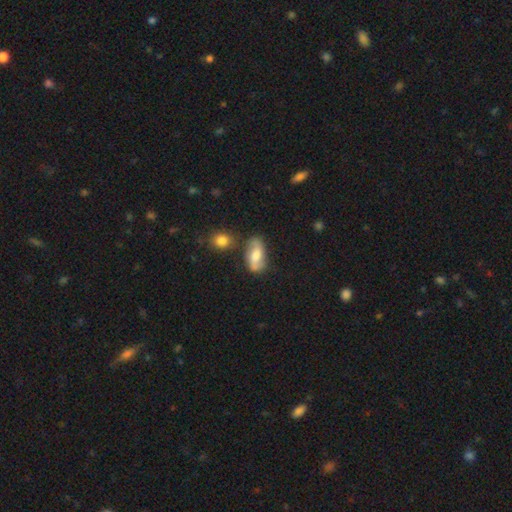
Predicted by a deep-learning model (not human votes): This is possibly a featured or disk galaxy (48%). Merging: likely none (65%).